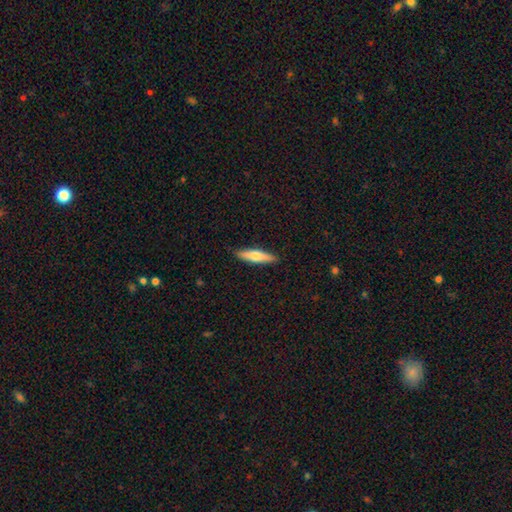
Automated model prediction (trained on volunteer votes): A smooth galaxy with no disk features (64%) that is cigar-shaped (75%). Merging: none (89%).